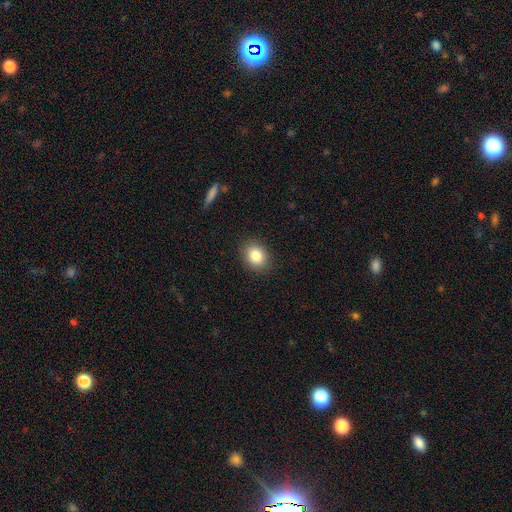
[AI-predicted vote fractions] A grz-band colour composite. It shows a smooth galaxy with no disk features (84%) that is in between round and cigar-shaped (57%). Merging: none (88%).